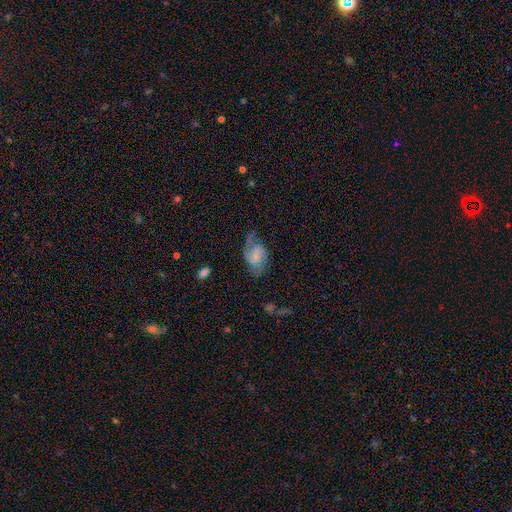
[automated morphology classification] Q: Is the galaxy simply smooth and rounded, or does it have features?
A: featured or disk — 64%.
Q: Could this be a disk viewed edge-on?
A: no — 97%.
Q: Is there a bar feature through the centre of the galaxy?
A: weak — 46%.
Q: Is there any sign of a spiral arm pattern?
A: yes — 88%.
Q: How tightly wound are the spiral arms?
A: medium — 46%.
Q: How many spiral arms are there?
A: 2 — 67%.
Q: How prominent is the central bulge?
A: small — 45%.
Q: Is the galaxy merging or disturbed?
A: none — 47%.